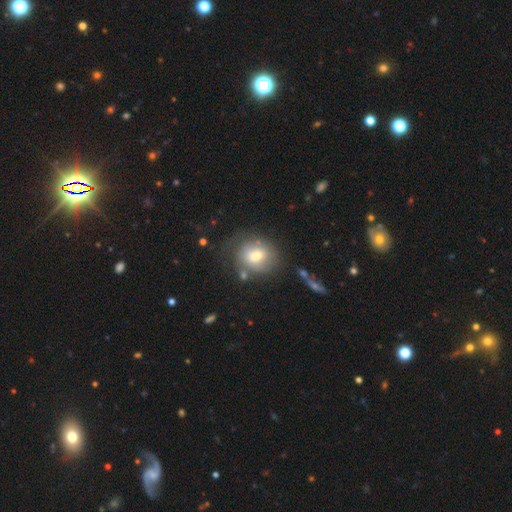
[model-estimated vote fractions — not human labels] smooth 68%, featured or disk 23%, star or artifact 9%. Down the decision tree: how rounded — round (73%); merging — none (63%).